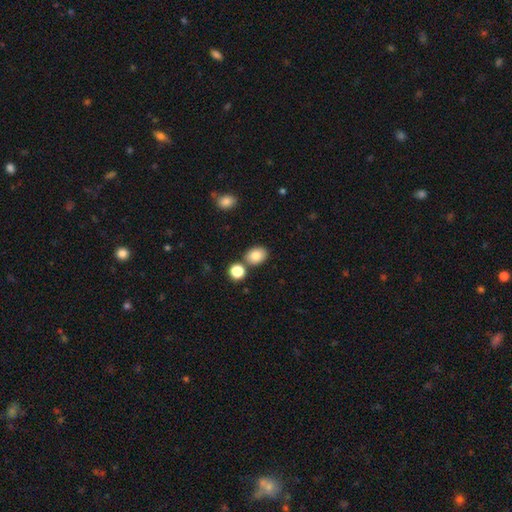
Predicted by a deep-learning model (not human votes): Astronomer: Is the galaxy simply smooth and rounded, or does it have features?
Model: smooth — 83%.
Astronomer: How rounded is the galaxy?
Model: in between — 64%.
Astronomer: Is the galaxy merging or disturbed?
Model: none — 75%.